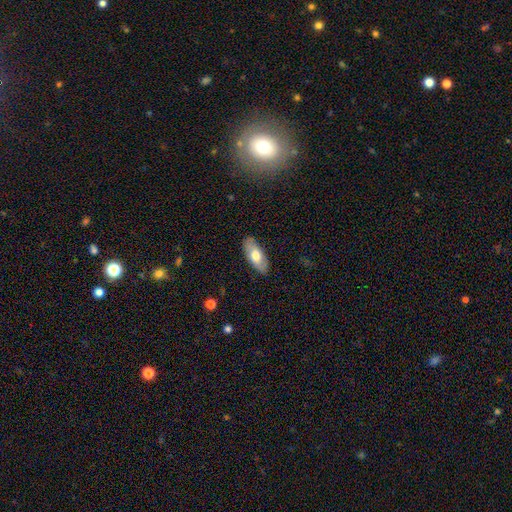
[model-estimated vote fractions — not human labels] This appears to be a smooth galaxy with no disk features (64%) that is in between round and cigar-shaped (85%). Merging: none (86%).